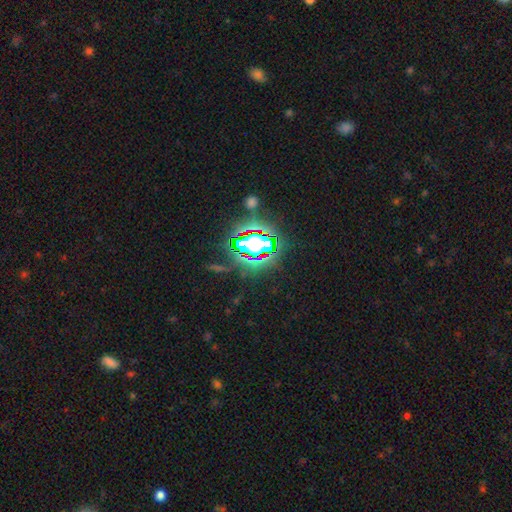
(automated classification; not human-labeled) Smooth or featured? Predicted: star or artifact (p=0.81).